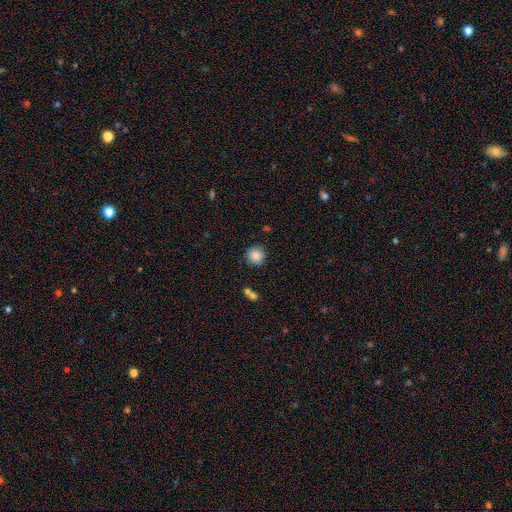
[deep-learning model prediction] A smooth galaxy with no disk features (86%) that is round (94%). Merging: none (87%).